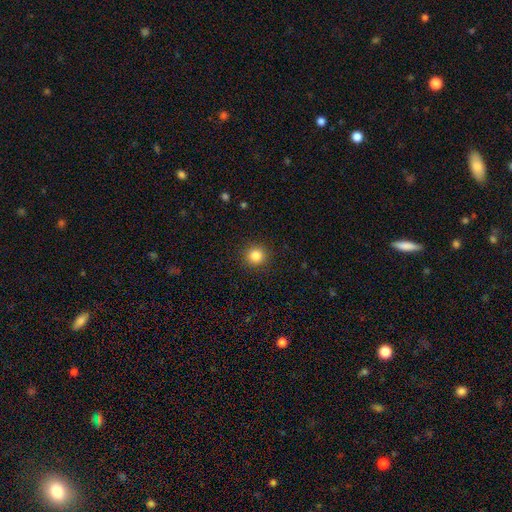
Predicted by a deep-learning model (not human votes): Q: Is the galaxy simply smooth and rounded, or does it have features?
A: smooth — 84%.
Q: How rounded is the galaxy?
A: round — 93%.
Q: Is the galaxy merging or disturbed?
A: none — 91%.